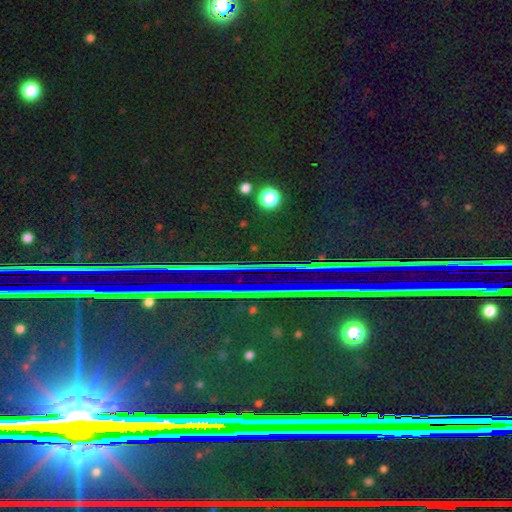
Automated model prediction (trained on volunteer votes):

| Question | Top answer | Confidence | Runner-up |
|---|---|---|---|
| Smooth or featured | star or artifact | 87% | featured or disk (7%) |